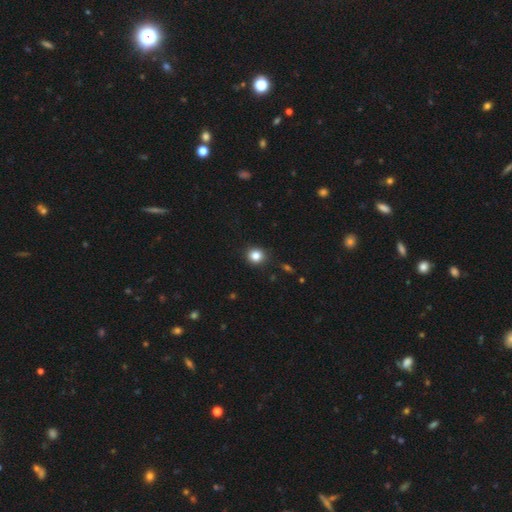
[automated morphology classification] A smooth galaxy with no disk features (84%) that is round (83%). Merging: none (89%).